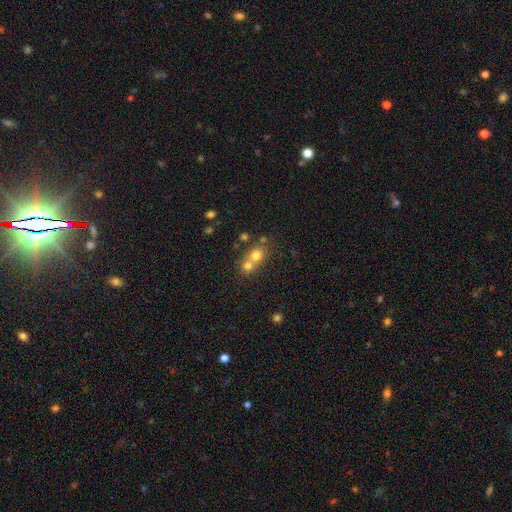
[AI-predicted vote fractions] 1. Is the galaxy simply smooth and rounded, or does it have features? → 73% smooth, 14% featured or disk, 13% star or artifact.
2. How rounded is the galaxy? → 77% round, 21% in between, 1% cigar-shaped.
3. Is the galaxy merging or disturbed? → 61% merger, 32% none, 5% minor disturbance, 2% major disturbance.